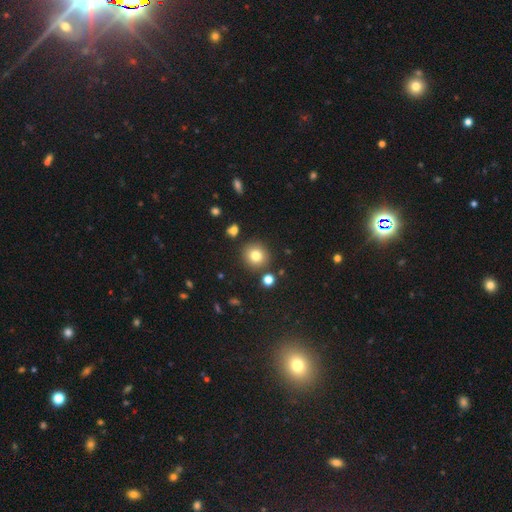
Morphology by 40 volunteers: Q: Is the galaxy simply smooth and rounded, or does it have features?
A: smooth — 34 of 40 (85%).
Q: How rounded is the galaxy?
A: round — 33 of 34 (97%).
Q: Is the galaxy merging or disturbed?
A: none — 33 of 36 (92%).